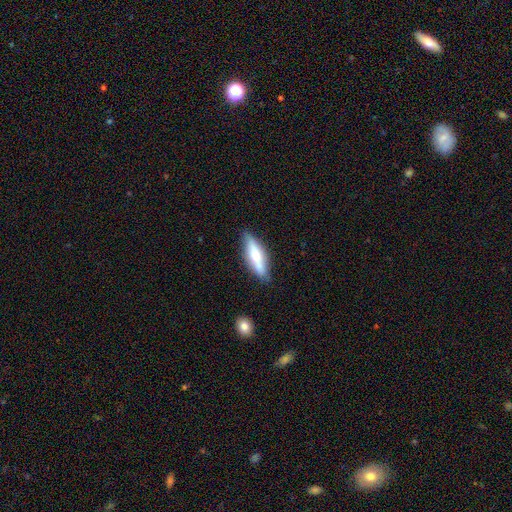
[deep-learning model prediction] Morphology: type=smooth (58%); roundness=cigar-shaped (57%); merging=none (77%).